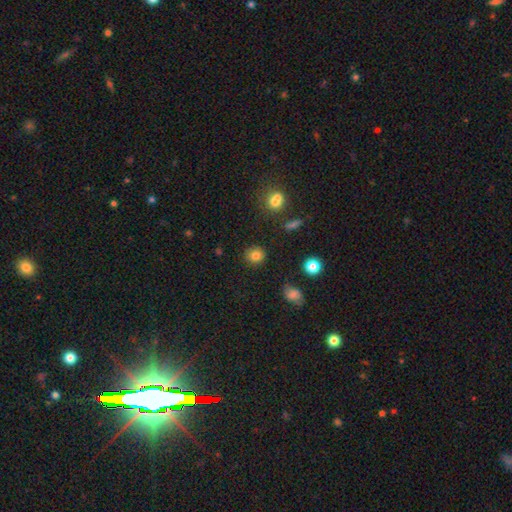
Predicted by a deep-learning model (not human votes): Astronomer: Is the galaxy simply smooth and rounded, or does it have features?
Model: smooth — 82%.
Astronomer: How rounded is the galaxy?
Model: round — 85%.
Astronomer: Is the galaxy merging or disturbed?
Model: none — 85%.